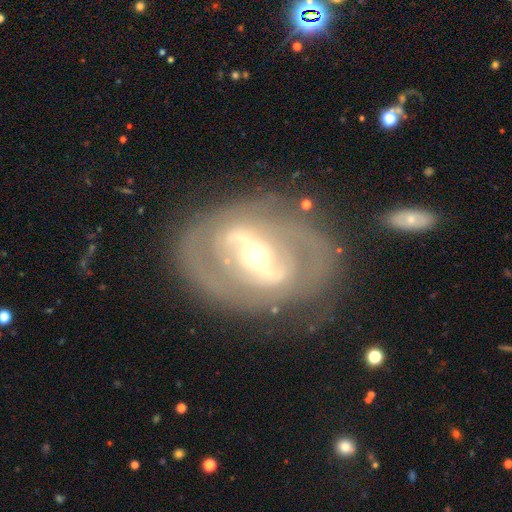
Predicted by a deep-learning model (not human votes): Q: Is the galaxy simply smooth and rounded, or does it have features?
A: featured or disk — 81%.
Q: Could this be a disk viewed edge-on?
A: no — 94%.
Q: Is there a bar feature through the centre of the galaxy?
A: strong — 51%.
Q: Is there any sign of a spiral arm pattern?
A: yes — 67%.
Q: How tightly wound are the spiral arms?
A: tight — 47%.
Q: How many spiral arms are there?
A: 2 — 64%.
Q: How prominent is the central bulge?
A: moderate — 55%.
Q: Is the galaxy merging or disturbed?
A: none — 71%.